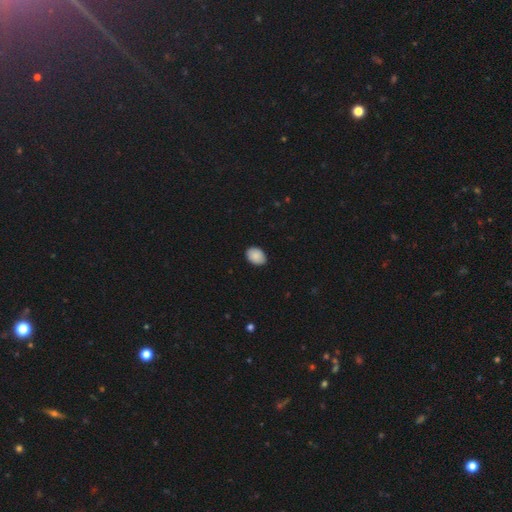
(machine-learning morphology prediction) This appears to be a smooth galaxy with no disk features (88%) that is in between round and cigar-shaped (76%). Merging: none (88%).